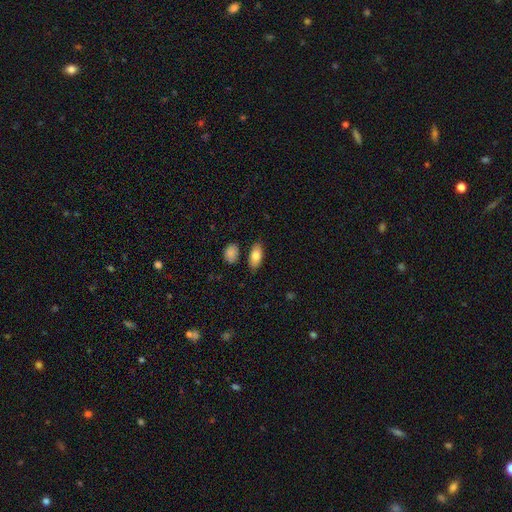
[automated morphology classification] The model was most divided on "smooth or featured": smooth: 80%, featured or disk: 13%, star or artifact: 7%. More confident: how rounded — in between (90%); merging — none (81%).